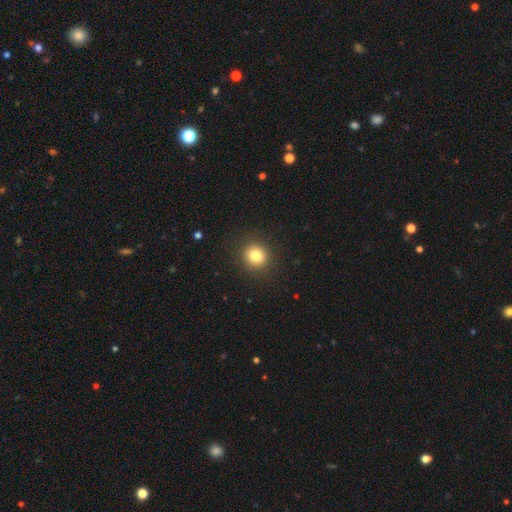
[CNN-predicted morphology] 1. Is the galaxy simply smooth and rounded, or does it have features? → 81% smooth, 12% star or artifact, 7% featured or disk.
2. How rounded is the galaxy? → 88% round, 12% in between, 1% cigar-shaped.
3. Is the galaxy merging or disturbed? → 91% none, 6% minor disturbance, 2% major disturbance, 1% merger.